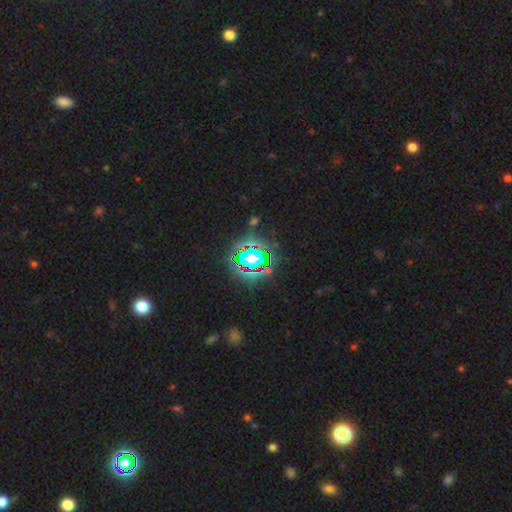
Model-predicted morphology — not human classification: Q: Smooth or featured?
A: star or artifact (70%); runner-up: smooth (17%)